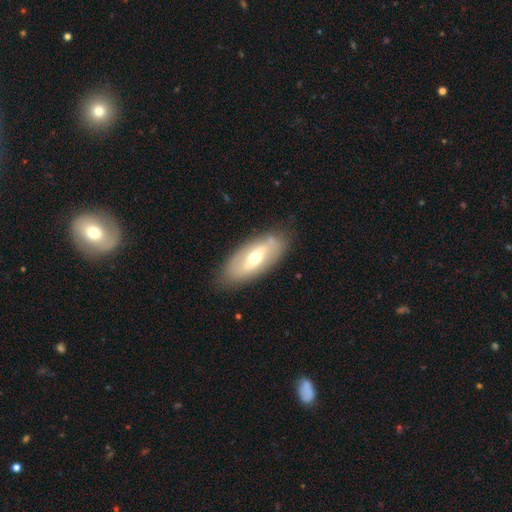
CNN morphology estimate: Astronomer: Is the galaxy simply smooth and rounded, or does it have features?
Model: featured or disk — 58% (runner-up: smooth, 35%).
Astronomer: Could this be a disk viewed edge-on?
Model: no — 80%.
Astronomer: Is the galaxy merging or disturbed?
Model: none — 83%.